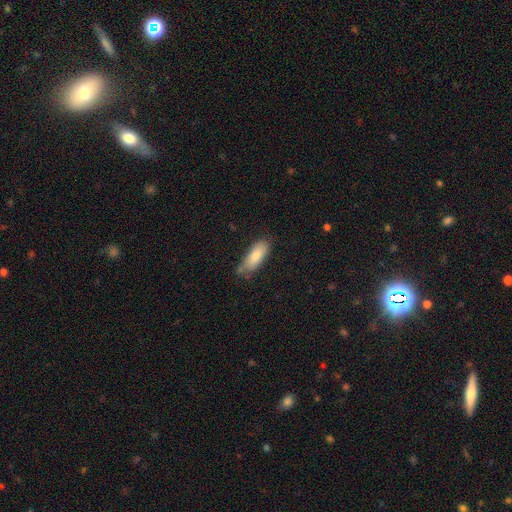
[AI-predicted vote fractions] Q: Smooth or featured?
A: smooth (81%); runner-up: featured or disk (13%)
Q: How rounded?
A: in between (74%); runner-up: cigar-shaped (24%)
Q: Merging?
A: none (65%); runner-up: minor disturbance (27%)